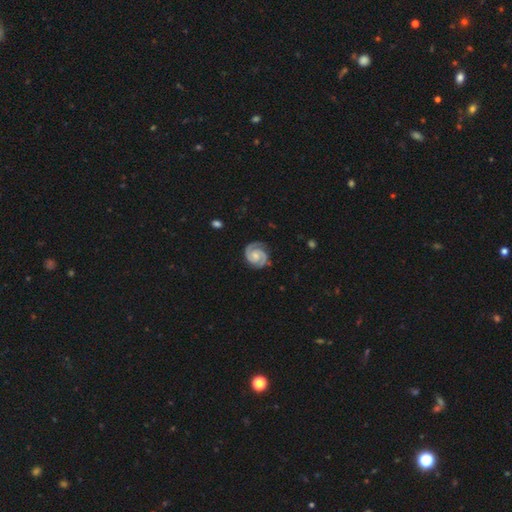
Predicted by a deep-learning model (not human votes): smooth_or_featured: featured or disk (p=0.91) [alt: smooth p=0.05]
disk_edge_on: no (p=0.98) [alt: yes p=0.02]
bar: no (p=0.60) [alt: weak p=0.32]
has_spiral_arms: yes (p=0.99) [alt: no p=0.01]
spiral_winding: tight (p=0.65) [alt: medium p=0.32]
spiral_arm_count: 2 (p=0.92) [alt: 3 p=0.03]
bulge_size: small (p=0.43) [alt: moderate p=0.39]
merging: none (p=0.83) [alt: minor disturbance p=0.13]